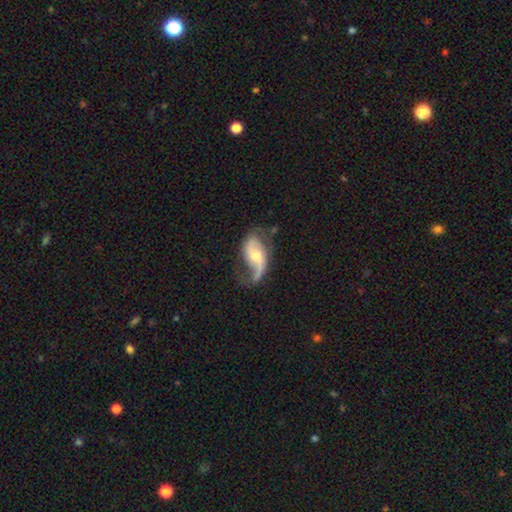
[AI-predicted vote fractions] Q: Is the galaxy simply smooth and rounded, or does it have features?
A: featured or disk — 81%.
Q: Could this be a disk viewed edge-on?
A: no — 96%.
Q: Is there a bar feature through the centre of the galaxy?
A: no — 50%.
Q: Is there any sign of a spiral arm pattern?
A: yes — 93%.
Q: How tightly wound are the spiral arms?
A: loose — 67%.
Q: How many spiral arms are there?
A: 2 — 69%.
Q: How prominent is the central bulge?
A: moderate — 60%.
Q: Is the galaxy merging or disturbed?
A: none — 48%.